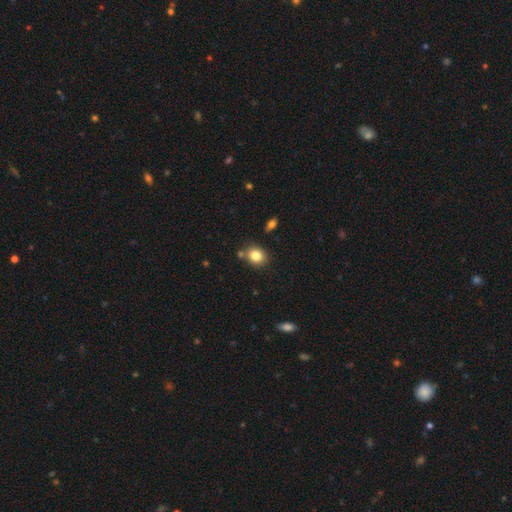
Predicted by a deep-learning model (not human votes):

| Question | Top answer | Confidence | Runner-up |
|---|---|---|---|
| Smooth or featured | smooth | 83% | star or artifact (10%) |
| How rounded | round | 59% | in between (40%) |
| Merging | none | 75% | minor disturbance (12%) |